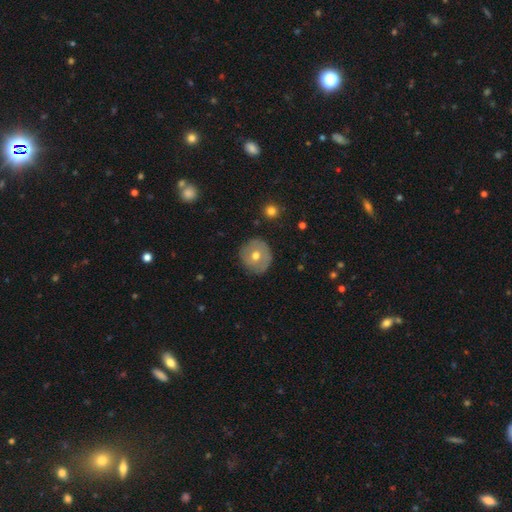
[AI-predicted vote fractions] Overall: smooth (55%; featured or disk 37%). How rounded: round (90%). Merging: none (82%).